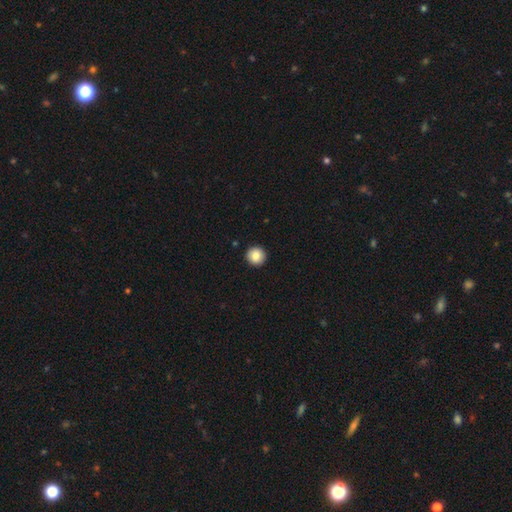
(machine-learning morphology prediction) Q: Smooth or featured?
A: smooth (86%); runner-up: star or artifact (8%)
Q: How rounded?
A: round (95%); runner-up: in between (4%)
Q: Merging?
A: none (93%); runner-up: minor disturbance (4%)